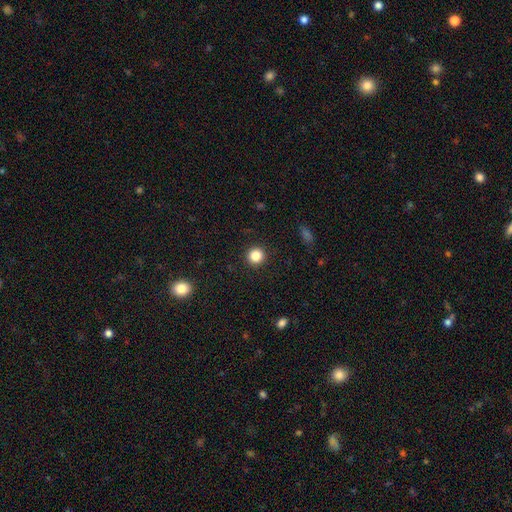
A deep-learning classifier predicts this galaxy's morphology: type=smooth (85%); roundness=round (94%); merging=none (92%).